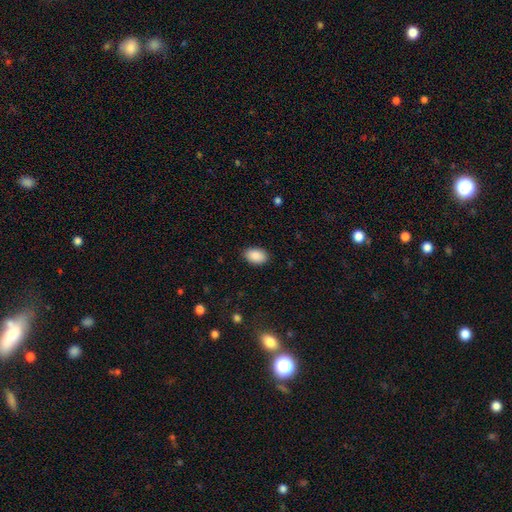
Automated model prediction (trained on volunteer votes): Smooth or featured: smooth — 90% (star or artifact — 7%)
How rounded: in between — 90% (round — 9%)
Merging: none — 88% (minor disturbance — 9%)